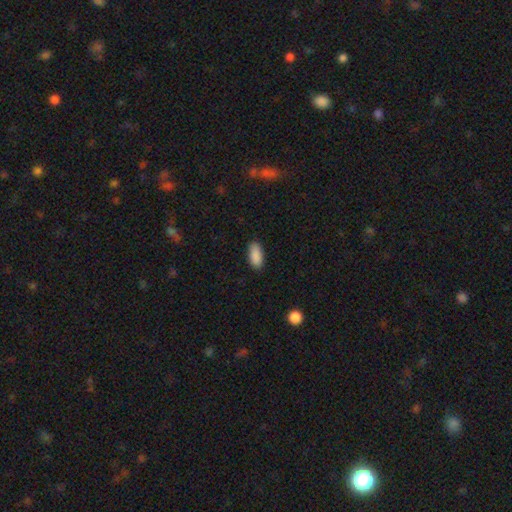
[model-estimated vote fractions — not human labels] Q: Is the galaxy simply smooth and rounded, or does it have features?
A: smooth — 90%.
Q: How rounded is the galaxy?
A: in between — 89%.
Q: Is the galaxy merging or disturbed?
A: none — 87%.